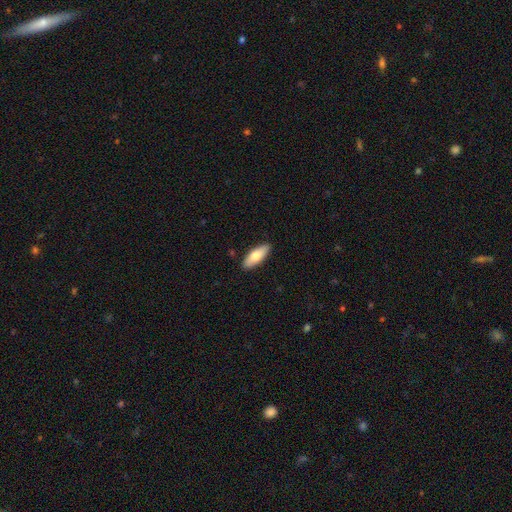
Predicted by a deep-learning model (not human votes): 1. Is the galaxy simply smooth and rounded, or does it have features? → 75% smooth, 20% featured or disk, 5% star or artifact.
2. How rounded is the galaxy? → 66% in between, 32% cigar-shaped, 2% round.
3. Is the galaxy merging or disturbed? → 89% none, 8% minor disturbance, 2% major disturbance, 1% merger.